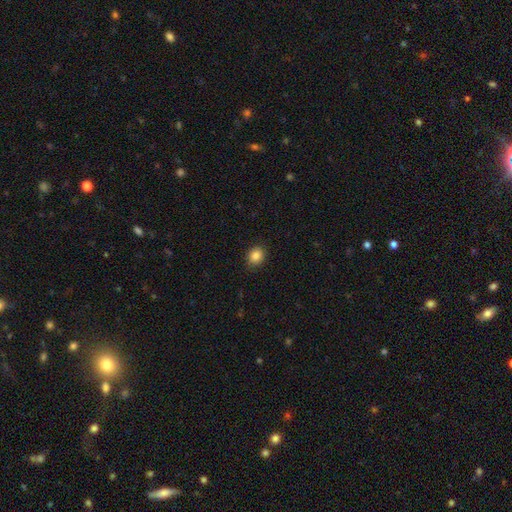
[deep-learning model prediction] A smooth galaxy with no disk features (85%) that is round (66%).

Vote fractions:
- Smooth or featured? smooth: 85% / star or artifact: 10% / featured or disk: 5%
- How rounded? round: 66% / in between: 33% / cigar-shaped: 1%
- Merging? none: 89% / minor disturbance: 8% / major disturbance: 2% / merger: 1%